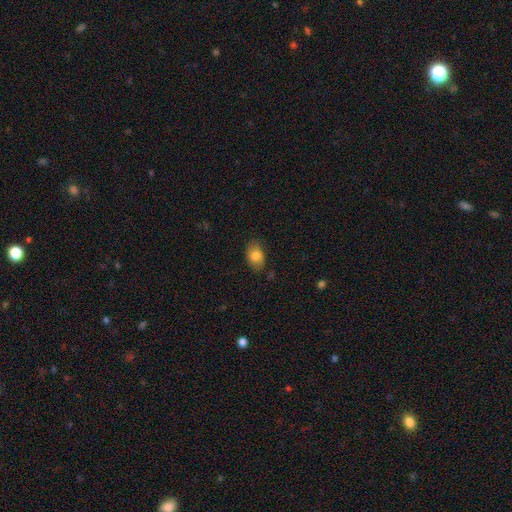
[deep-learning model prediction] Overall: smooth (82%). How rounded: in between (81%). Merging: none (79%).